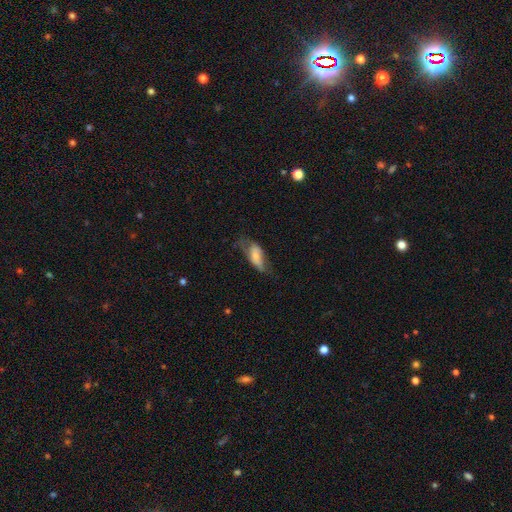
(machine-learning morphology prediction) A smooth galaxy with no disk features (59%) that is in between round and cigar-shaped (83%). Merging: none (42%).